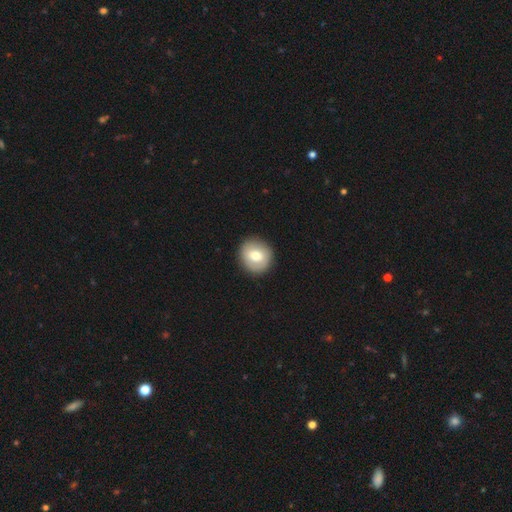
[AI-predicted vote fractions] A smooth galaxy with no disk features (70%) that is round (88%). Merging: none (90%).